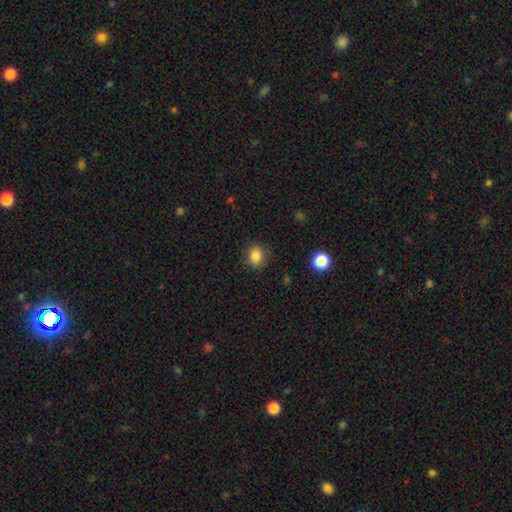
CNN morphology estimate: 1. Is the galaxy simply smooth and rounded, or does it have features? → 84% smooth, 11% star or artifact, 5% featured or disk.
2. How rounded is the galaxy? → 63% round, 36% in between, 1% cigar-shaped.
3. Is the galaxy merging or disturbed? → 85% none, 11% minor disturbance, 3% major disturbance, 1% merger.